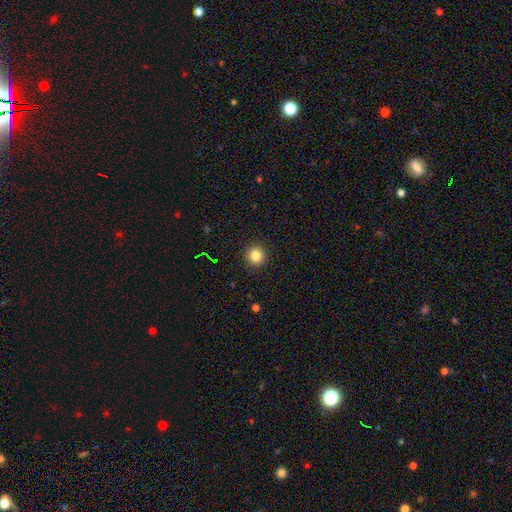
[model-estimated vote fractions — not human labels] The model was most divided on "smooth or featured": smooth: 84%, star or artifact: 11%, featured or disk: 5%. More confident: how rounded — round (94%); merging — none (93%).